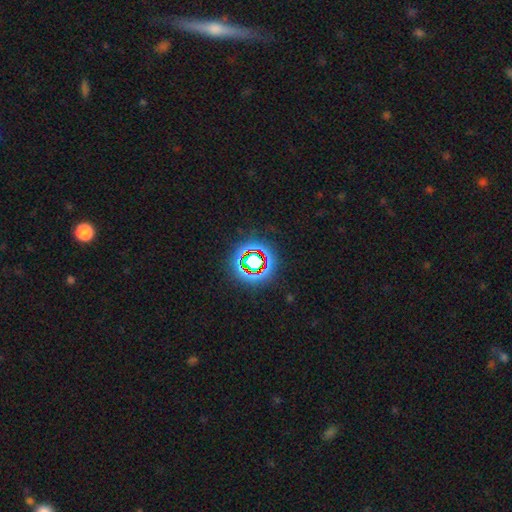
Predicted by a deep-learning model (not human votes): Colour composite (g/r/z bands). It shows a star or artifact, not a galaxy (74%).